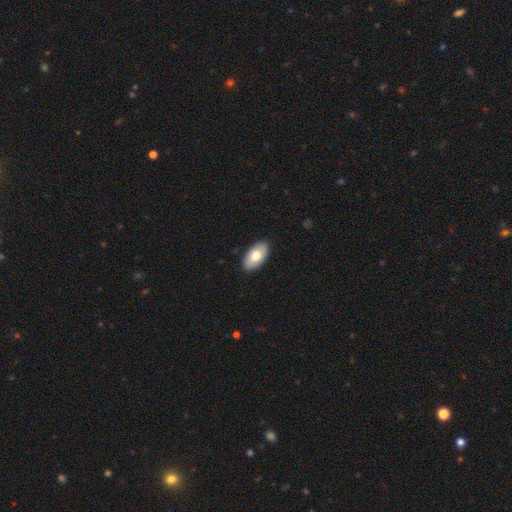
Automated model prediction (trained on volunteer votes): This is likely a smooth galaxy (74%). How rounded: clearly in between (95%). Merging: clearly none (89%).